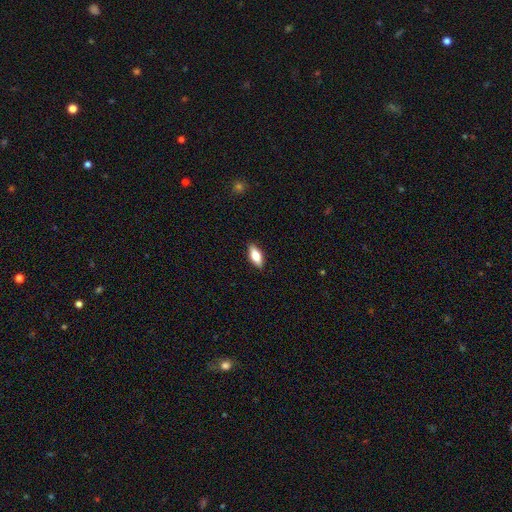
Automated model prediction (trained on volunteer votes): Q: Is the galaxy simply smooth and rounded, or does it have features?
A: smooth — 67%.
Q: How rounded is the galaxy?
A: in between — 77%.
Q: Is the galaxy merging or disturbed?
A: none — 89%.